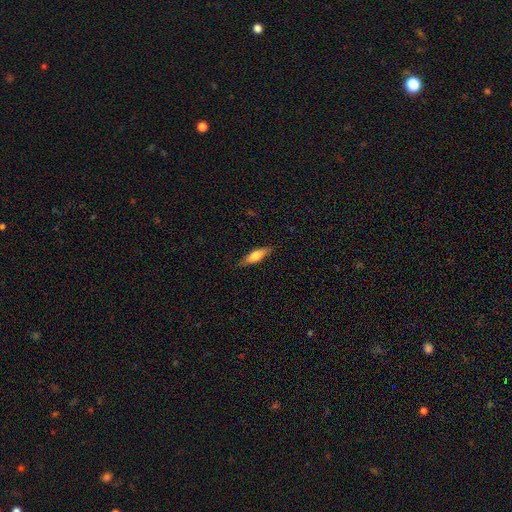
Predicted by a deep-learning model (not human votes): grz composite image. It shows a smooth galaxy with no disk features (61%) that is cigar-shaped (58%). Merging: none (85%).